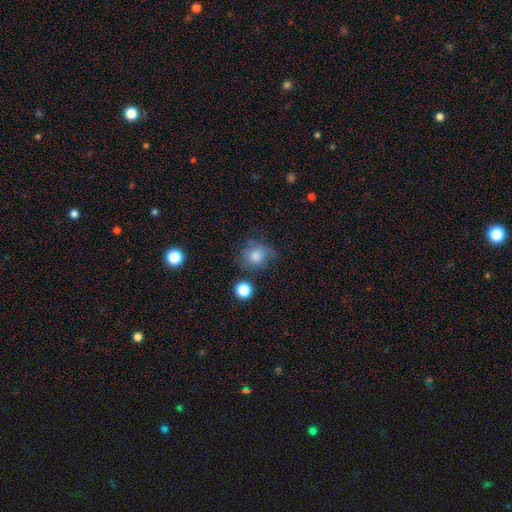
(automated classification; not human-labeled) Smooth or featured? Predicted: smooth (p=0.73). How rounded? Predicted: round (p=0.73). Merging? Predicted: none (p=0.57).